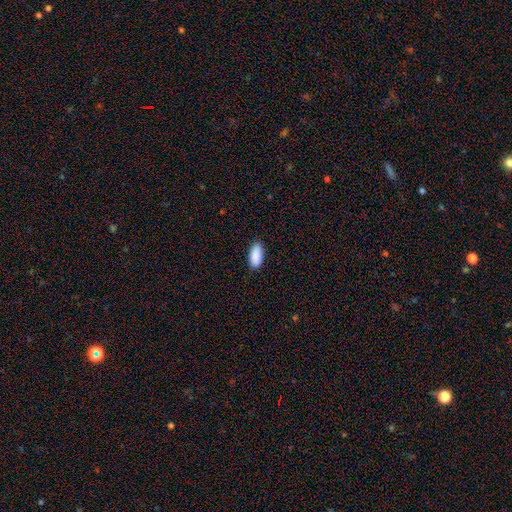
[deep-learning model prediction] A smooth galaxy with no disk features (90%) that is in between round and cigar-shaped (85%). Merging: none (87%).